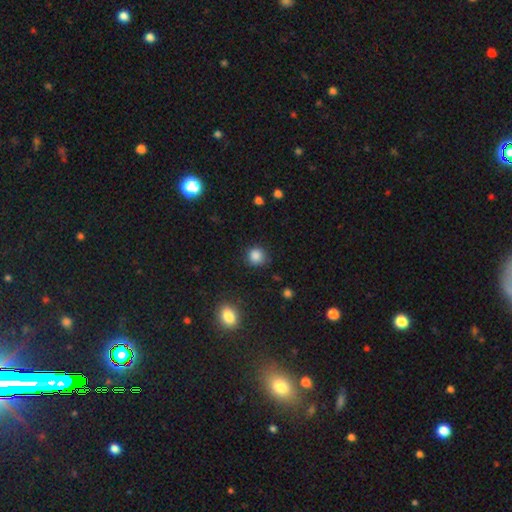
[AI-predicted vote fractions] Smooth or featured?
  - smooth: 86% *
  - star or artifact: 11%
  - featured or disk: 3%
How rounded?
  - round: 89% *
  - in between: 10%
  - cigar-shaped: 1%
Merging?
  - none: 84% *
  - minor disturbance: 11%
  - major disturbance: 3%
  - merger: 2%